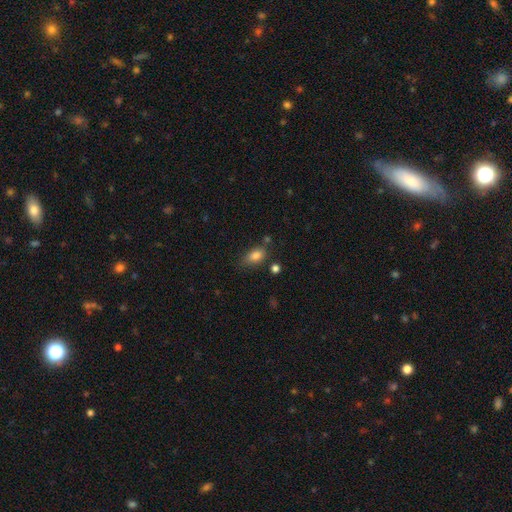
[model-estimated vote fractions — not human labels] Morphology: type=smooth (82%); roundness=in between (86%); merging=none (69%).